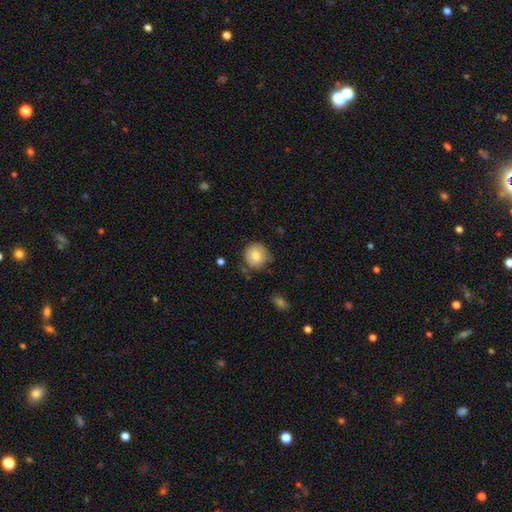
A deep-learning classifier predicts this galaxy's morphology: Smooth or featured? Predicted: smooth (p=0.79). How rounded? Predicted: round (p=0.91). Merging? Predicted: none (p=0.76).